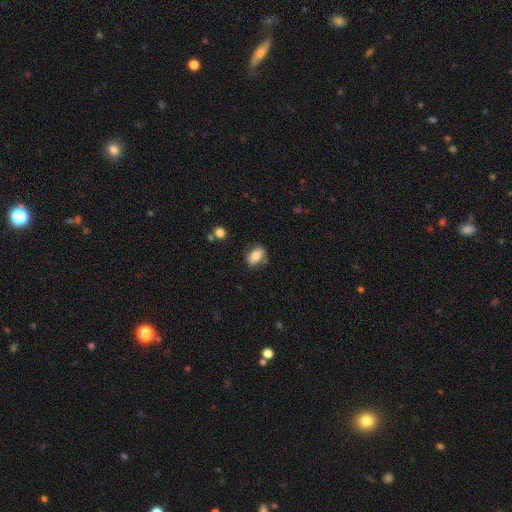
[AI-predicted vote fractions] A smooth galaxy with no disk features (75%) that is in between round and cigar-shaped (84%). Merging: none (74%).